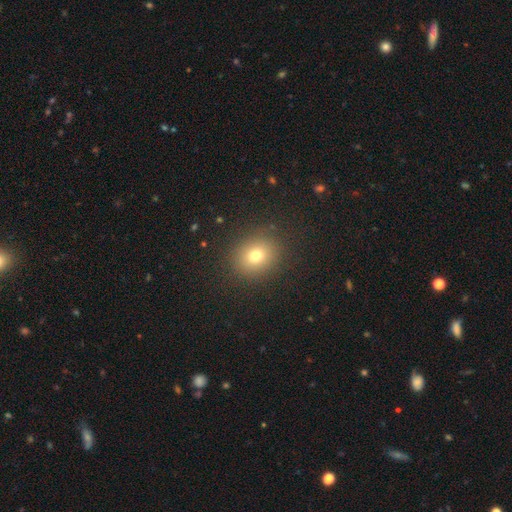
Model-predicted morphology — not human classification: type=smooth (75%); roundness=round (68%); merging=none (88%).